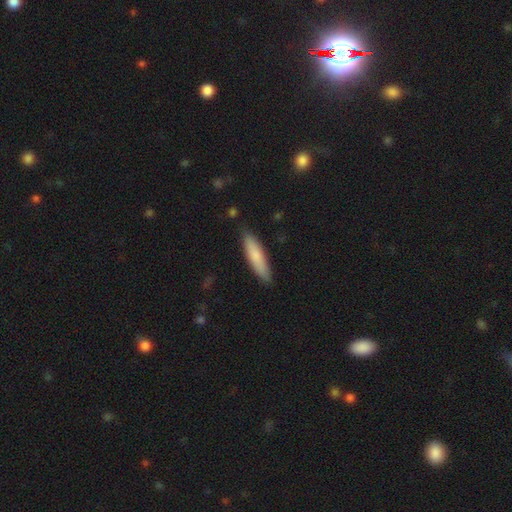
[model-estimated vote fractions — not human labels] smooth_or_featured: smooth (p=0.78) [alt: featured or disk p=0.16]
how_rounded: cigar-shaped (p=0.77) [alt: in between p=0.22]
merging: none (p=0.86) [alt: minor disturbance p=0.11]